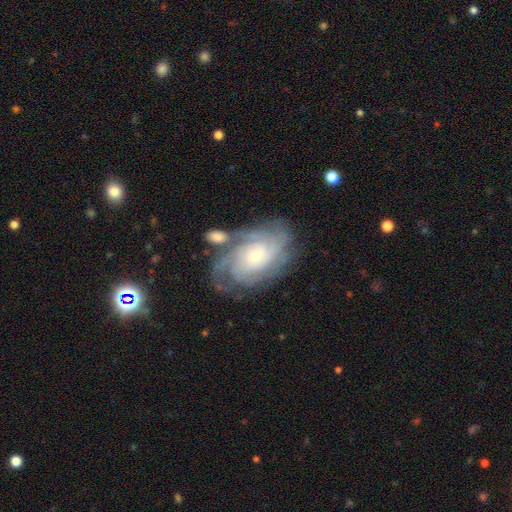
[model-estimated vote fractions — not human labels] Smooth or featured? Predicted: featured or disk (p=0.84). Edge-on disk? Predicted: no (p=0.96). Bar? Predicted: no (p=0.76). Spiral arms? Predicted: yes (p=0.95). Spiral winding? Predicted: tight (p=0.72). Spiral arm count? Predicted: can't tell (p=0.34). Bulge size? Predicted: small (p=0.71). Merging? Predicted: none (p=0.64).